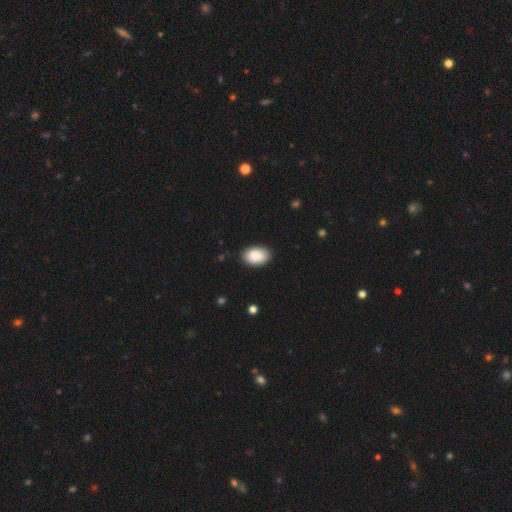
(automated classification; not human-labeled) smooth-or-featured: smooth: 90% | star or artifact: 6% | featured or disk: 4%
  how-rounded: in between: 91% | round: 8% | cigar-shaped: 1%
  merging: none: 86% | minor disturbance: 11% | major disturbance: 2% | merger: 1%